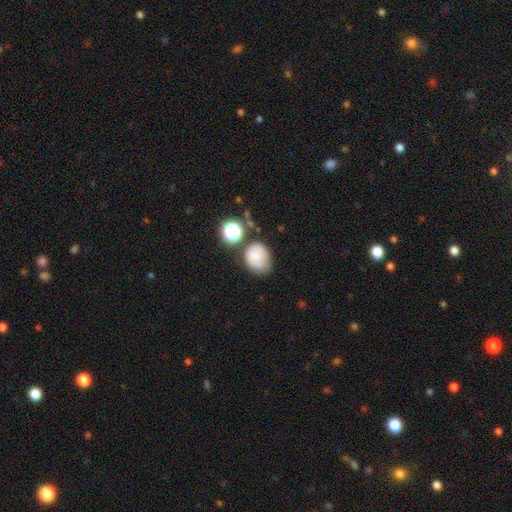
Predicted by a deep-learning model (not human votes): A smooth galaxy with no disk features (73%) that is round (53%).

Vote fractions:
- Smooth or featured? smooth: 73% / featured or disk: 15% / star or artifact: 13%
- How rounded? round: 53% / in between: 46% / cigar-shaped: 1%
- Merging? none: 48% / minor disturbance: 26% / merger: 16% / major disturbance: 10%